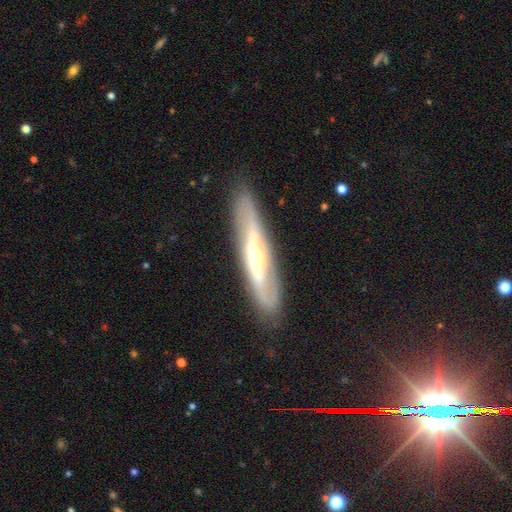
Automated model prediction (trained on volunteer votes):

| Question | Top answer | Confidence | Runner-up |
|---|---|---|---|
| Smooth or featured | featured or disk | 73% | smooth (21%) |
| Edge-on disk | no | 54% | yes (46%) |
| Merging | none | 84% | minor disturbance (11%) |